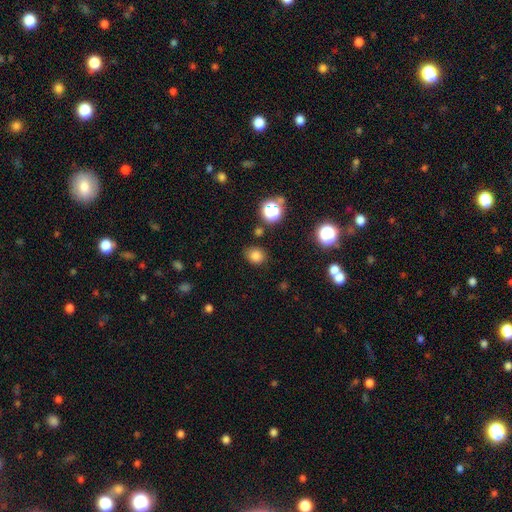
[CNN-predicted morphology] Smooth or featured: smooth — 78% (star or artifact — 16%)
How rounded: round — 60% (in between — 39%)
Merging: none — 81% (minor disturbance — 13%)